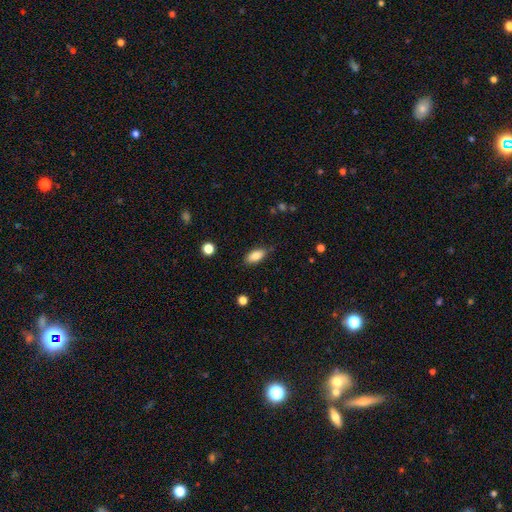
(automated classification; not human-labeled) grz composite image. It shows a smooth galaxy with no disk features (83%) that is in between round and cigar-shaped (87%). Merging: none (81%).